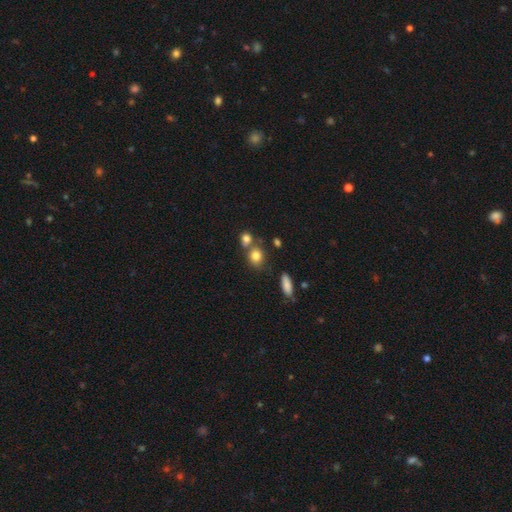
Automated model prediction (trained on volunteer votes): Morphology: type=smooth (80%); roundness=round (69%); merging=none (54%).